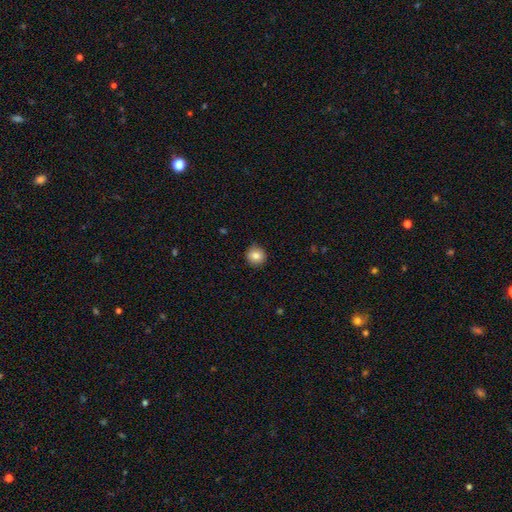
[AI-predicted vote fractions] The model was most divided on "smooth or featured": smooth: 84%, star or artifact: 9%, featured or disk: 7%. More confident: how rounded — round (94%); merging — none (91%).